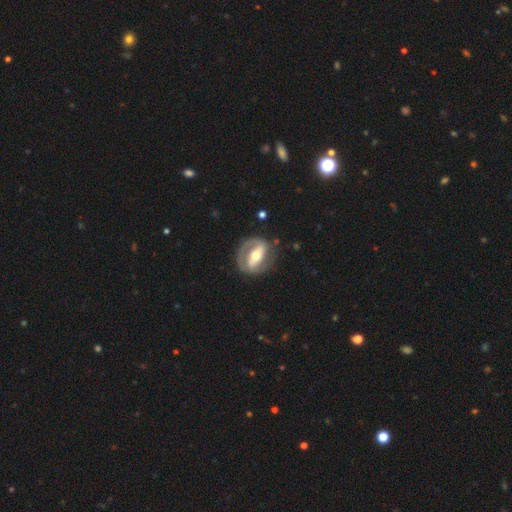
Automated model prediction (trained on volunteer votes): Smooth or featured?
  - featured or disk: 81% *
  - smooth: 15%
  - star or artifact: 4%
Edge-on disk?
  - no: 95% *
  - yes: 5%
Bar?
  - strong: 60% *
  - weak: 25%
  - no: 16%
Spiral arms?
  - yes: 80% *
  - no: 20%
Spiral winding?
  - tight: 46% *
  - medium: 39%
  - loose: 15%
Spiral arm count?
  - 2: 73% *
  - 1: 17%
  - can't tell: 7%
  - 3: 1%
  - 4: 1%
  - more than 4: 1%
Bulge size?
  - moderate: 70% *
  - small: 20%
  - large: 8%
  - dominant: 1%
  - none: 1%
Merging?
  - none: 77% *
  - minor disturbance: 14%
  - major disturbance: 8%
  - merger: 2%